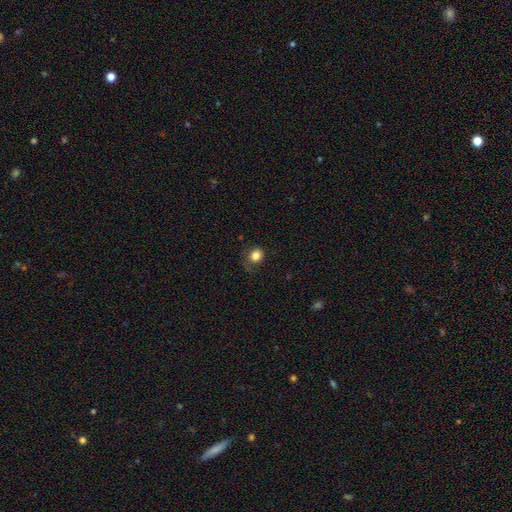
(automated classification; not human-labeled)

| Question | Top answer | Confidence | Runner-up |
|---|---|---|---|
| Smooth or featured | smooth | 83% | star or artifact (11%) |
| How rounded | round | 79% | in between (20%) |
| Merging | none | 71% | minor disturbance (19%) |